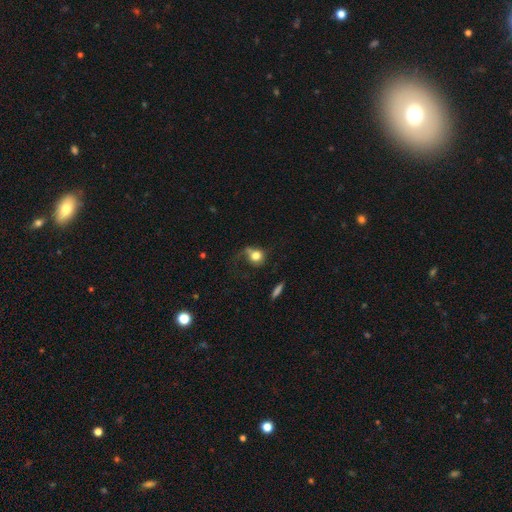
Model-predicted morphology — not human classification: Smooth or featured?
  - smooth: 72% *
  - featured or disk: 19%
  - star or artifact: 9%
How rounded?
  - round: 75% *
  - in between: 23%
  - cigar-shaped: 2%
Merging?
  - major disturbance: 36% *
  - none: 35%
  - minor disturbance: 21%
  - merger: 7%